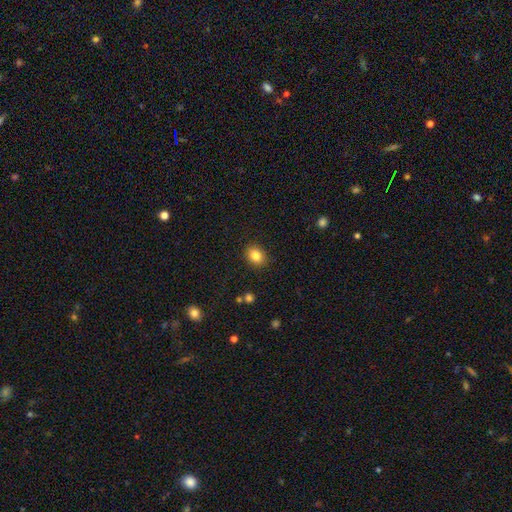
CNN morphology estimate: A smooth galaxy with no disk features (84%) that is round (51%).

Vote fractions:
- Smooth or featured? smooth: 84% / star or artifact: 10% / featured or disk: 6%
- How rounded? round: 51% / in between: 48% / cigar-shaped: 1%
- Merging? none: 89% / minor disturbance: 8% / major disturbance: 2% / merger: 1%